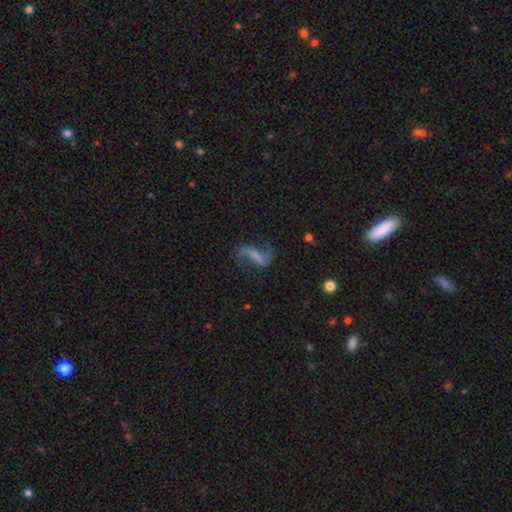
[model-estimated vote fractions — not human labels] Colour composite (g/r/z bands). It shows a featured or disk galaxy (80%) with a strong bar (45%), 2 (90%) loose (78%) spiral arms (93%) and no central bulge (53%). Merging: none (70%).